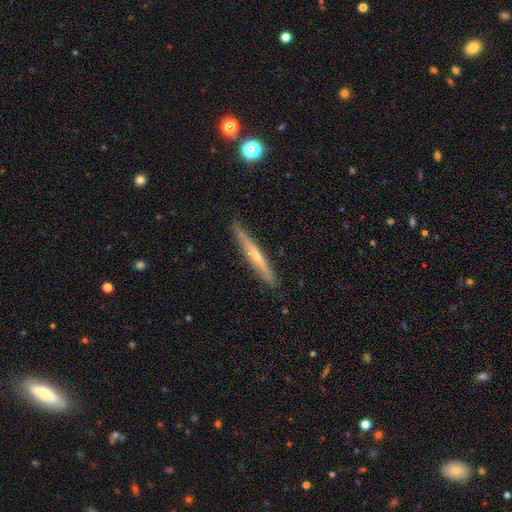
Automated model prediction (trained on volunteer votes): Q: Smooth or featured?
A: featured or disk (64%); runner-up: smooth (29%)
Q: Edge-on disk?
A: yes (95%); runner-up: no (5%)
Q: Edge-on bulge?
A: rounded (68%); runner-up: none (29%)
Q: Merging?
A: none (87%); runner-up: minor disturbance (10%)